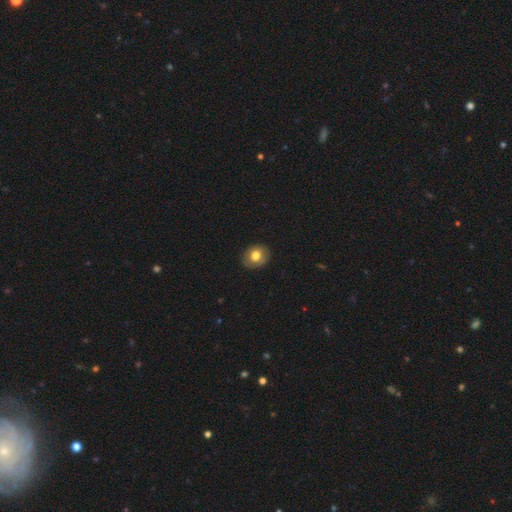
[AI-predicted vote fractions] Smooth or featured?
  - smooth: 71% *
  - featured or disk: 21%
  - star or artifact: 8%
How rounded?
  - round: 61% *
  - in between: 38%
  - cigar-shaped: 1%
Merging?
  - none: 85% *
  - minor disturbance: 11%
  - major disturbance: 3%
  - merger: 1%